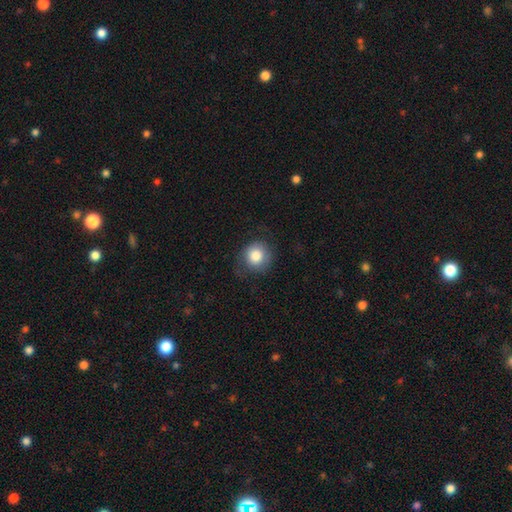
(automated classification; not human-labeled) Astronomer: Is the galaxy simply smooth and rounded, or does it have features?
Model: smooth — 82%.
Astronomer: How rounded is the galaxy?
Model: round — 88%.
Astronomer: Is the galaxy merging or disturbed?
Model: none — 71%.